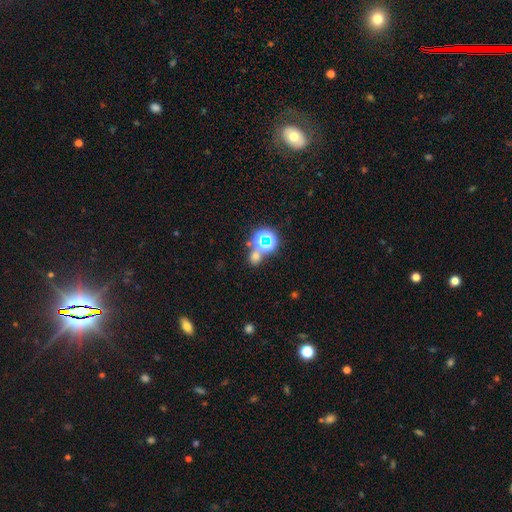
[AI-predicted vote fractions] This is possibly a smooth galaxy (54%). How rounded: likely round (78%). Merging: likely none (64%).